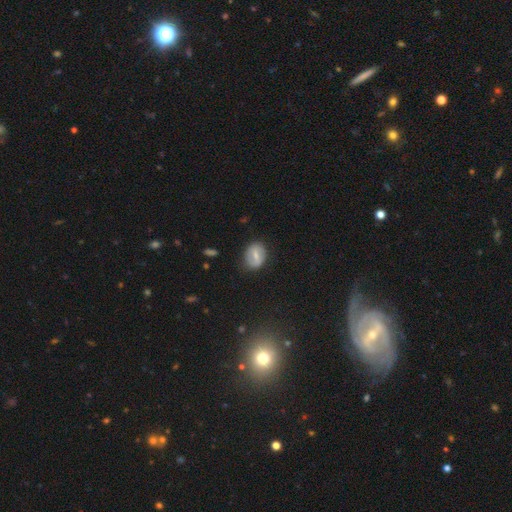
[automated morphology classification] Overall: smooth (49%; featured or disk 43%). Merging: none (80%).